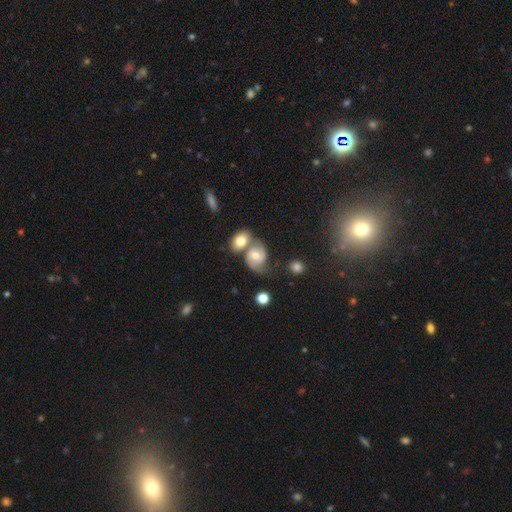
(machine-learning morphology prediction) Smooth or featured? featured or disk (61%)
Edge-on disk? no (97%)
Bar? no (64%)
Spiral arms? yes (89%)
Spiral winding? medium (49%)
Spiral arm count? 2 (78%)
Bulge size? moderate (63%)
Merging? merger (40%)